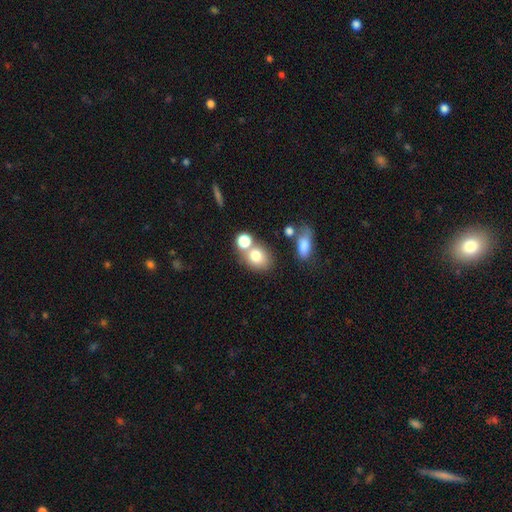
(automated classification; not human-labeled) smooth 76%, featured or disk 13%, star or artifact 11%. Down the decision tree: how rounded — round (51%); merging — none (49%).